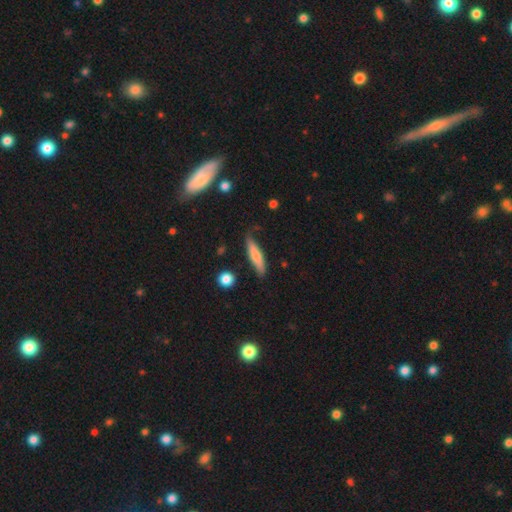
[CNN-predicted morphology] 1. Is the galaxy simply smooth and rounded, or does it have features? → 62% smooth, 32% featured or disk, 6% star or artifact.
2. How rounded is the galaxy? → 82% cigar-shaped, 16% in between, 2% round.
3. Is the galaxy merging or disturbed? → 74% none, 20% minor disturbance, 4% major disturbance, 2% merger.